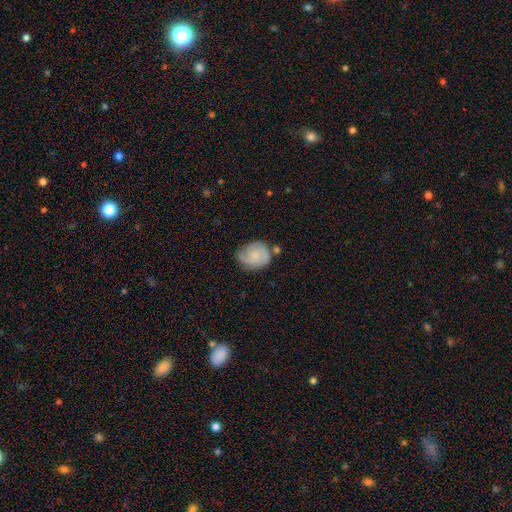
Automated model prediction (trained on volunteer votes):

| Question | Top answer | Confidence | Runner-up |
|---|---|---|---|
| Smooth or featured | smooth | 47% | featured or disk (46%) |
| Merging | none | 55% | minor disturbance (28%) |